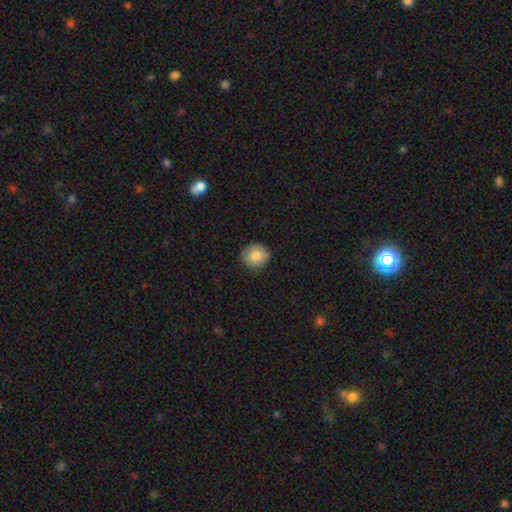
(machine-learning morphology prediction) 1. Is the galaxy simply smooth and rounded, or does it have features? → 80% smooth, 11% featured or disk, 8% star or artifact.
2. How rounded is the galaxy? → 89% round, 10% in between, 1% cigar-shaped.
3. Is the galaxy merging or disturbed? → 85% none, 12% minor disturbance, 2% major disturbance, 1% merger.